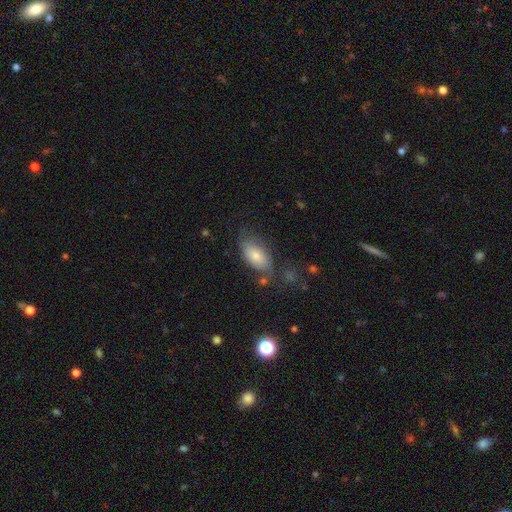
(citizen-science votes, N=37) This is likely a smooth galaxy (68%). How rounded: clearly in between (92%). Merging: possibly none (59%).